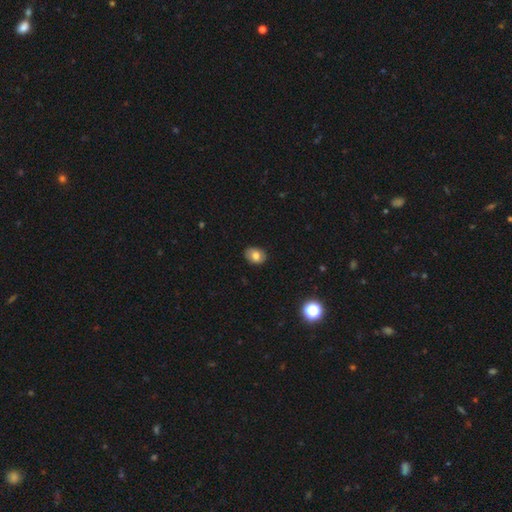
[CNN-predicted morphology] The model was most divided on "how rounded": in between: 68%, round: 31%, cigar-shaped: 1%. More confident: merging — none (84%); smooth or featured — smooth (78%).